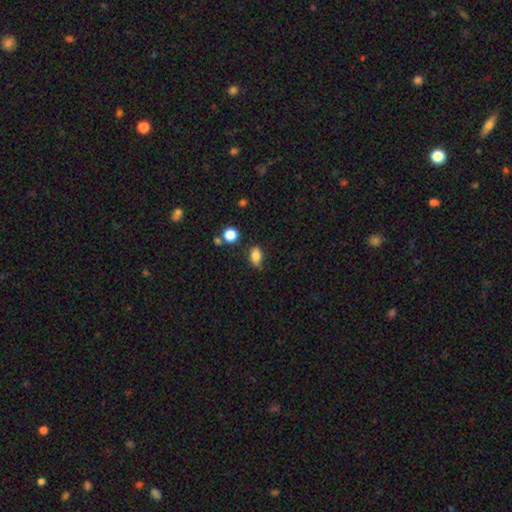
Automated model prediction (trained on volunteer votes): A smooth galaxy with no disk features (84%) that is in between round and cigar-shaped (81%). Merging: none (76%).